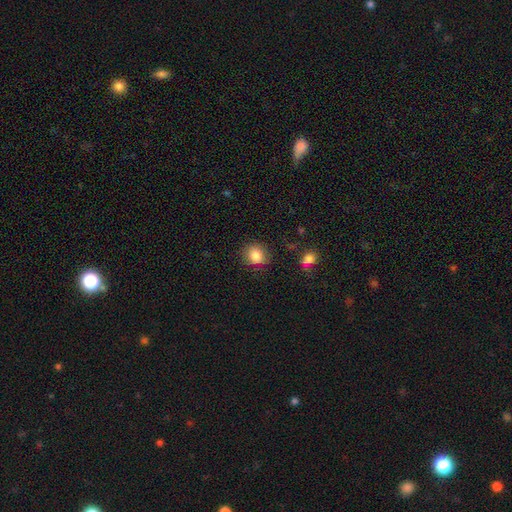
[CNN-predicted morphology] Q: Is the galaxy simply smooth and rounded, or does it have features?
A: smooth — 84%.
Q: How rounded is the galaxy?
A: round — 79%.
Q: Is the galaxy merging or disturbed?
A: none — 82%.